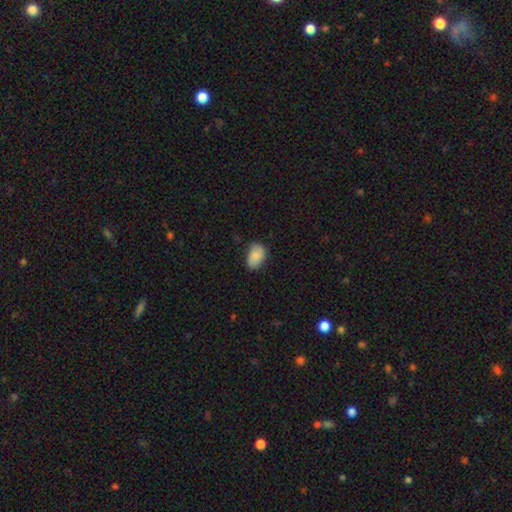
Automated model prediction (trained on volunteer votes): Q: Smooth or featured?
A: smooth (83%); runner-up: featured or disk (10%)
Q: How rounded?
A: in between (83%); runner-up: round (16%)
Q: Merging?
A: none (70%); runner-up: minor disturbance (24%)